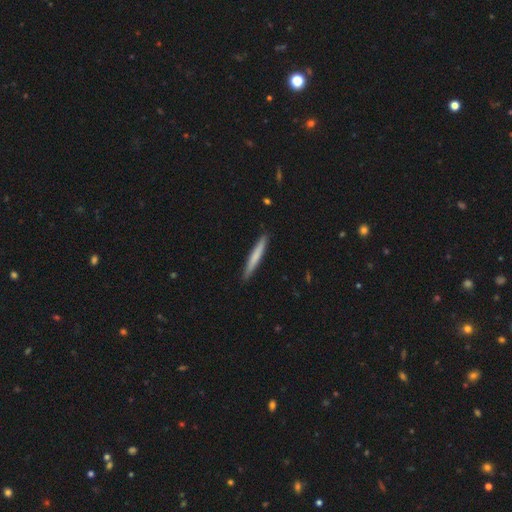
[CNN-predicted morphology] smooth-or-featured: smooth: 69% | featured or disk: 26% | star or artifact: 5%
  how-rounded: cigar-shaped: 96% | in between: 3% | round: 1%
  merging: none: 91% | minor disturbance: 7% | major disturbance: 1% | merger: 1%